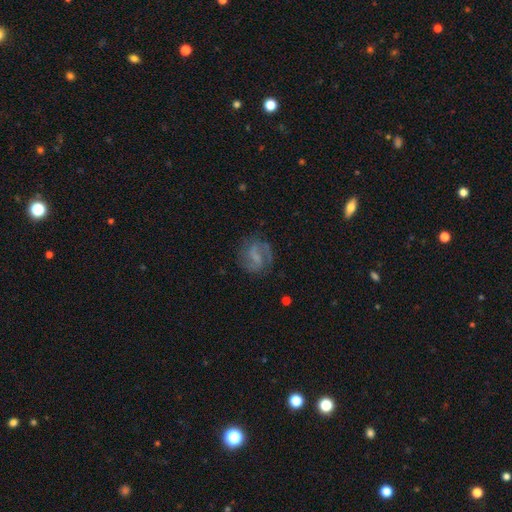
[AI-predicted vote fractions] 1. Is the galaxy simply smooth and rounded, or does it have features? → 72% featured or disk, 20% smooth, 8% star or artifact.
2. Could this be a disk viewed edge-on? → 97% no, 3% yes.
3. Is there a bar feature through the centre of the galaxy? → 51% weak, 25% strong, 24% no.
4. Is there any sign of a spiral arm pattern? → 92% yes, 8% no.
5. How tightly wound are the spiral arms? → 50% medium, 25% tight, 25% loose.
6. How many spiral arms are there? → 84% 2, 8% can't tell, 4% 1, 2% 3, 1% 4, 1% more than 4.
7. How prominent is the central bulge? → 44% none, 33% small, 18% moderate, 4% large, 1% dominant.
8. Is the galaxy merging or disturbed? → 74% none, 16% minor disturbance, 8% major disturbance, 1% merger.